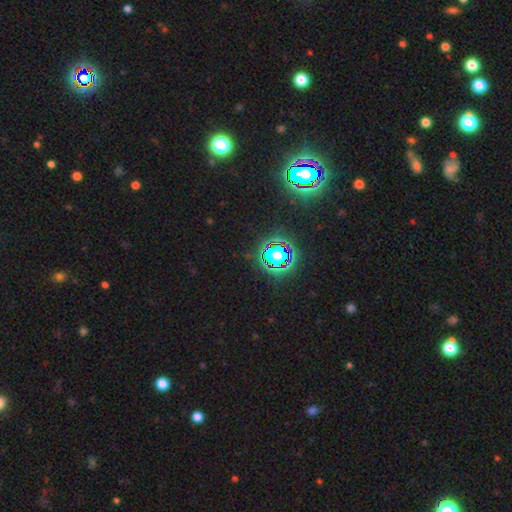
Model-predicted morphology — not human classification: The model was most divided on "smooth or featured": star or artifact: 79%, smooth: 13%, featured or disk: 8%.